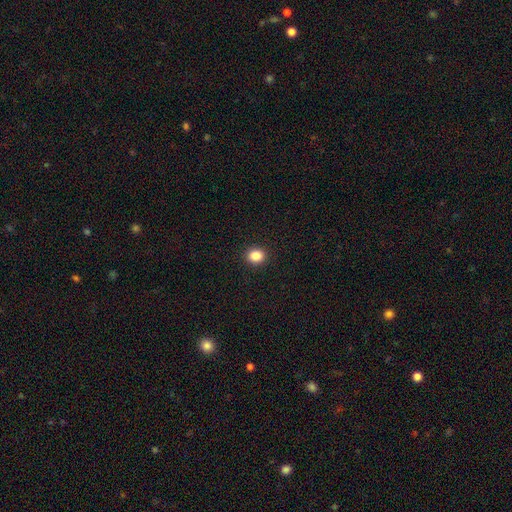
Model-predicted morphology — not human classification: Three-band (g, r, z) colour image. It shows a smooth galaxy with no disk features (86%) that is round (73%). Merging: none (92%).